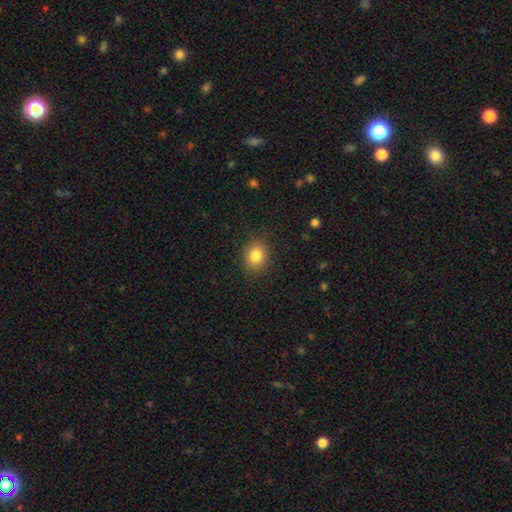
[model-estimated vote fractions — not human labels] Overall: smooth (83%). How rounded: round (51%; in between 48%). Merging: none (87%).